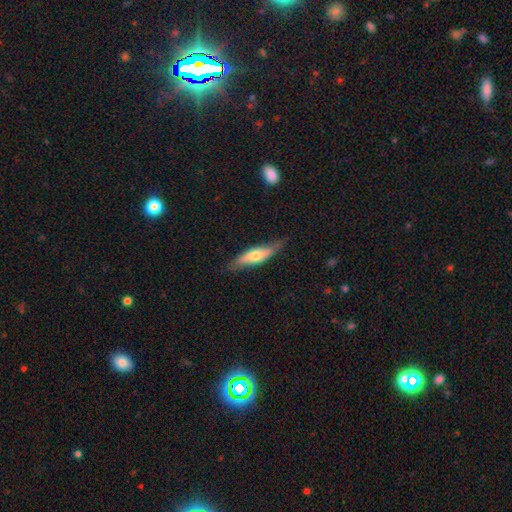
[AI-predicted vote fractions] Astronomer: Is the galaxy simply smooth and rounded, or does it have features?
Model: smooth — 55% (runner-up: featured or disk, 39%).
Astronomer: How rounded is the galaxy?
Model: cigar-shaped — 57% (runner-up: in between, 41%).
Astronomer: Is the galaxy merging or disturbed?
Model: none — 73%.